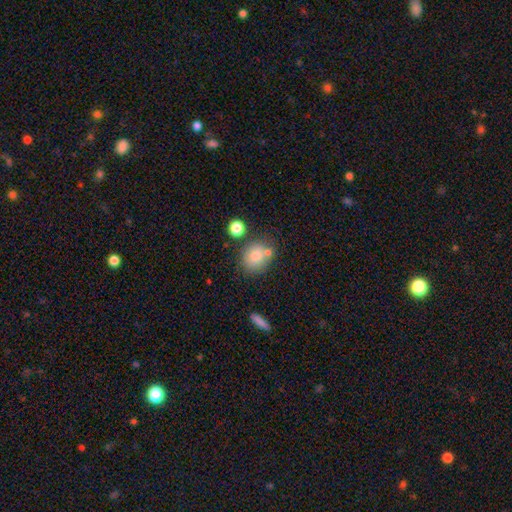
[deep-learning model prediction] Smooth or featured?
  - smooth: 81% *
  - star or artifact: 10%
  - featured or disk: 9%
How rounded?
  - round: 63% *
  - in between: 36%
  - cigar-shaped: 1%
Merging?
  - none: 62% *
  - merger: 18%
  - minor disturbance: 15%
  - major disturbance: 5%